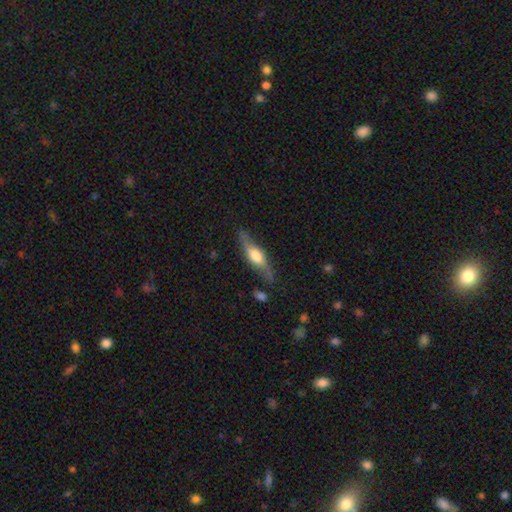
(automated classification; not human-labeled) Smooth or featured? featured or disk (53%)
Edge-on disk? yes (77%)
Merging? none (73%)